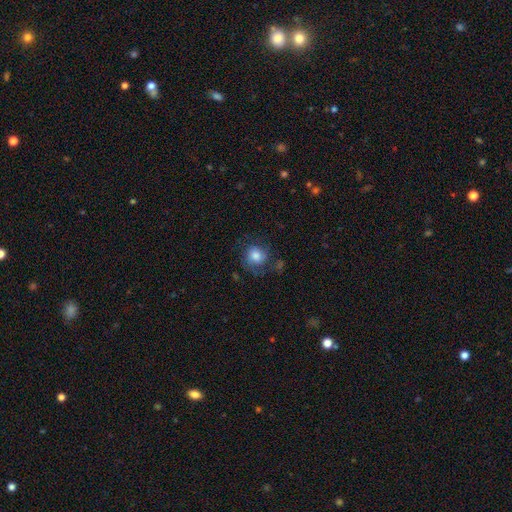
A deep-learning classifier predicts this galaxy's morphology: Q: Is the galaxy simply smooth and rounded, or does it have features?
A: smooth — 65%.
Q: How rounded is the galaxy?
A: round — 84%.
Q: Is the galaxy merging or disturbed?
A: none — 61%.